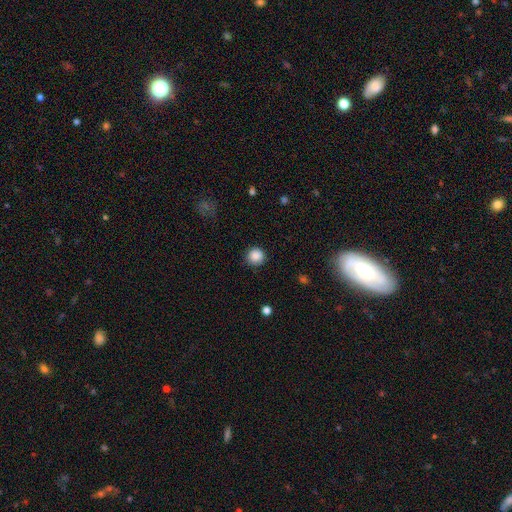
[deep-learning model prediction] smooth-or-featured: smooth: 87% | star or artifact: 10% | featured or disk: 3%
  how-rounded: round: 94% | in between: 5% | cigar-shaped: 1%
  merging: none: 88% | minor disturbance: 9% | major disturbance: 3% | merger: 1%